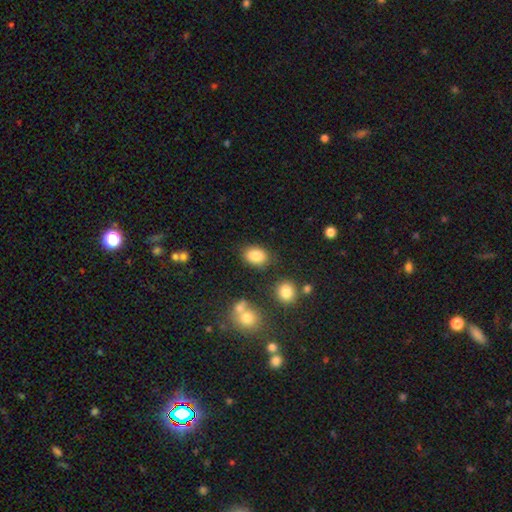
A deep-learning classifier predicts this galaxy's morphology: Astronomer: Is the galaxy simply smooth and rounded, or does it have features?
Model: smooth — 84%.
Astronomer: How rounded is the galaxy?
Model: in between — 78%.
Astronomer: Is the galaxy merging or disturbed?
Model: none — 81%.